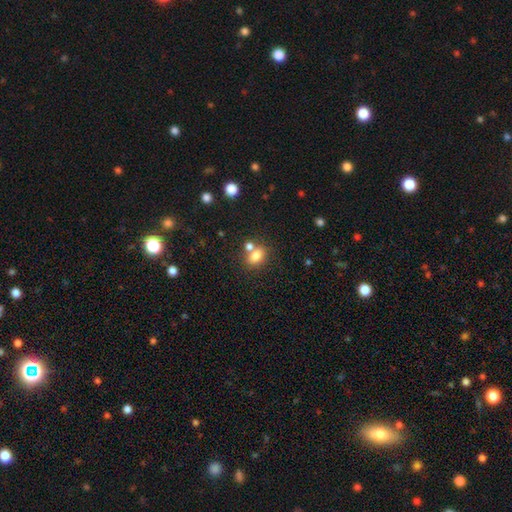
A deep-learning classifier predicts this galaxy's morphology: A smooth galaxy with no disk features (79%) that is in between round and cigar-shaped (68%). Merging: none (53%).